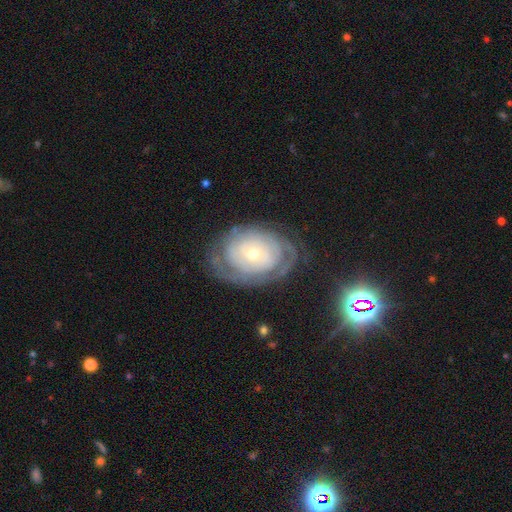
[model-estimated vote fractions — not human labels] A featured or disk galaxy (77%) with no bar (81%), tight (79%) spiral arms (85%) and a small central bulge (66%).

Vote fractions:
- Smooth or featured? featured or disk: 77% / smooth: 14% / star or artifact: 8%
- Edge-on disk? no: 96% / yes: 4%
- Bar? no: 81% / weak: 15% / strong: 5%
- Spiral arms? yes: 85% / no: 15%
- Spiral winding? tight: 79% / medium: 16% / loose: 5%
- Spiral arm count? can't tell: 52% / 2: 18% / 3: 11% / 4: 8% / more than 4: 5% / 1: 5%
- Bulge size? small: 66% / moderate: 30% / large: 2% / none: 1% / dominant: 1%
- Merging? none: 71% / minor disturbance: 18% / major disturbance: 9% / merger: 2%